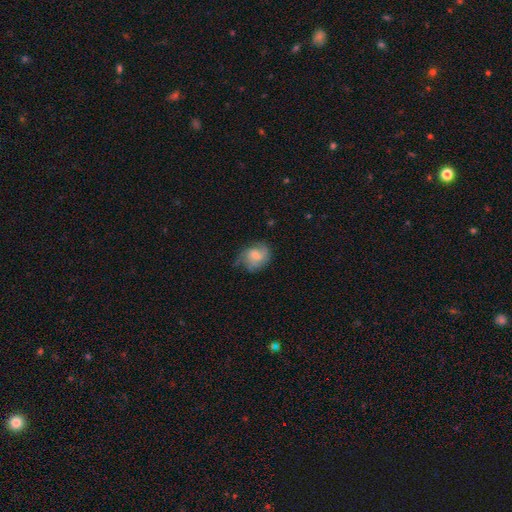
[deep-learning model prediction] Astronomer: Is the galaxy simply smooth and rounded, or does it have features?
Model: smooth — 46%, tied with featured or disk at 46%.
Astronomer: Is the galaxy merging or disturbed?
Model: none — 54% (runner-up: minor disturbance, 30%).